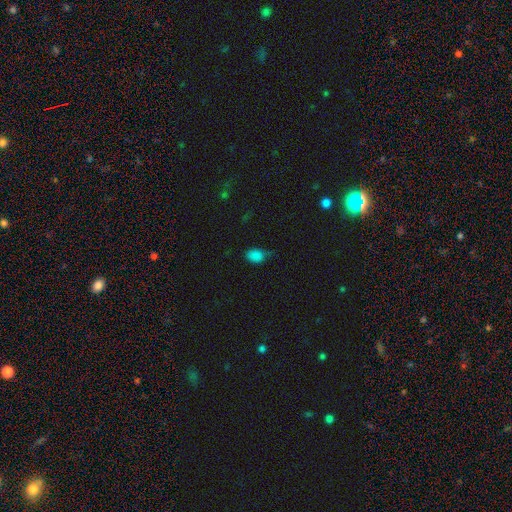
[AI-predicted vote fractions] smooth_or_featured: smooth (p=0.81) [alt: star or artifact p=0.14]
how_rounded: in between (p=0.75) [alt: round p=0.24]
merging: none (p=0.50) [alt: minor disturbance p=0.36]